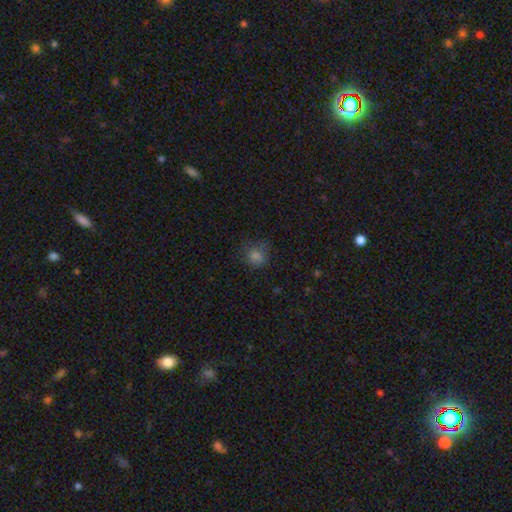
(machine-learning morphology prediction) Q: Smooth or featured?
A: smooth (74%); runner-up: star or artifact (19%)
Q: How rounded?
A: round (77%); runner-up: in between (22%)
Q: Merging?
A: none (72%); runner-up: minor disturbance (19%)